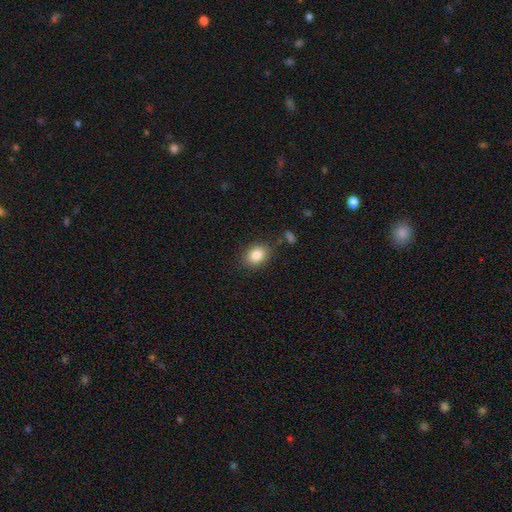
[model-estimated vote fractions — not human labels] smooth-or-featured: smooth: 84% | star or artifact: 9% | featured or disk: 7%
  how-rounded: in between: 53% | round: 46% | cigar-shaped: 1%
  merging: none: 84% | minor disturbance: 11% | major disturbance: 3% | merger: 2%